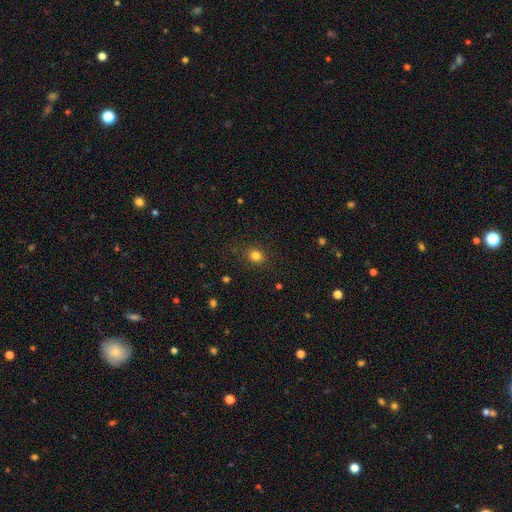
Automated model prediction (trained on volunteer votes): This is clearly a smooth galaxy (81%). How rounded: likely round (68%). Merging: clearly none (86%).